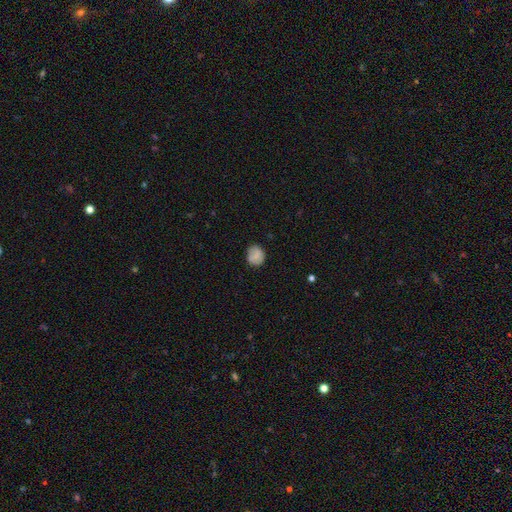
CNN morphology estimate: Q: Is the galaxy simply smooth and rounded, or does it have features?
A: smooth — 76%.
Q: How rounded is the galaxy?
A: round — 71%.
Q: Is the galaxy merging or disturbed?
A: none — 77%.